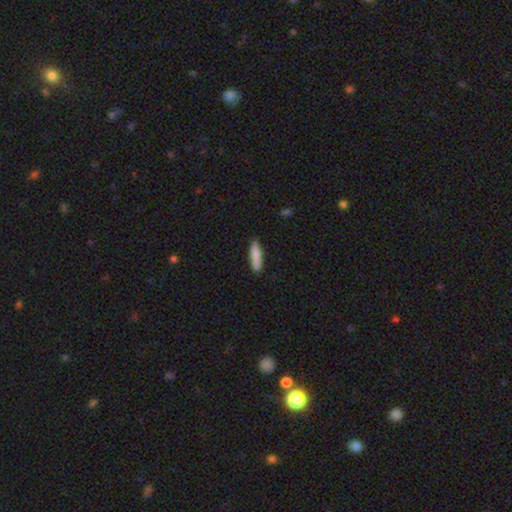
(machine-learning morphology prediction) A smooth galaxy with no disk features (83%) that is cigar-shaped (73%).

Vote fractions:
- Smooth or featured? smooth: 83% / featured or disk: 11% / star or artifact: 6%
- How rounded? cigar-shaped: 73% / in between: 25% / round: 2%
- Merging? none: 82% / minor disturbance: 14% / major disturbance: 2% / merger: 2%